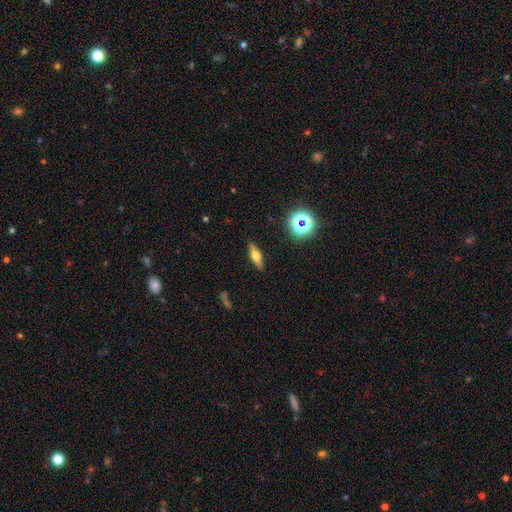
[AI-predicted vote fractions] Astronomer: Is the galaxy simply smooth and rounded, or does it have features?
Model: featured or disk — 50% (runner-up: smooth, 38%).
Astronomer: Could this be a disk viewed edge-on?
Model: yes — 90%.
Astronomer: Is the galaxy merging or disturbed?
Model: none — 89%.